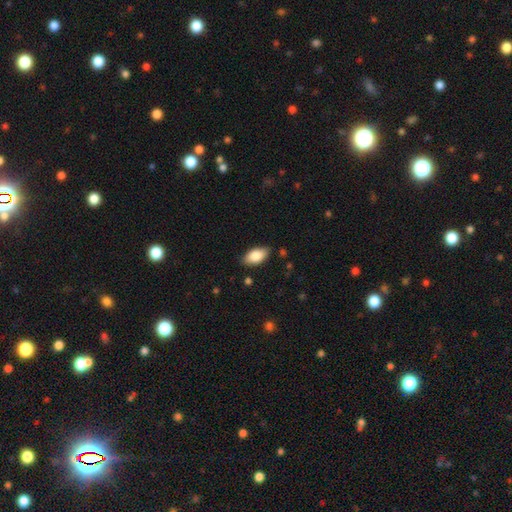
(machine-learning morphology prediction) Smooth or featured? Predicted: smooth (p=0.85). How rounded? Predicted: in between (p=0.93). Merging? Predicted: none (p=0.84).